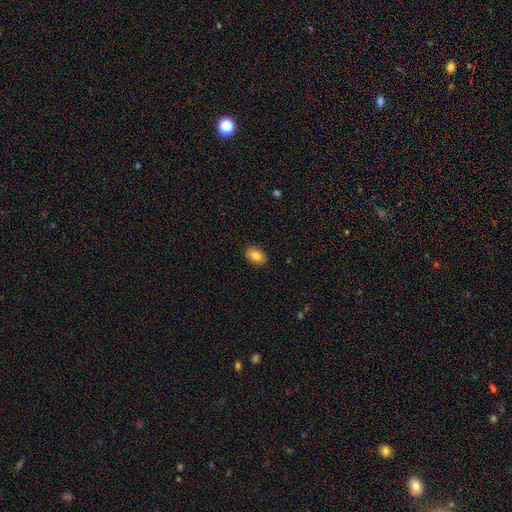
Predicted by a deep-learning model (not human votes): Smooth or featured: smooth — 85% (star or artifact — 8%)
How rounded: in between — 87% (round — 12%)
Merging: none — 89% (minor disturbance — 8%)